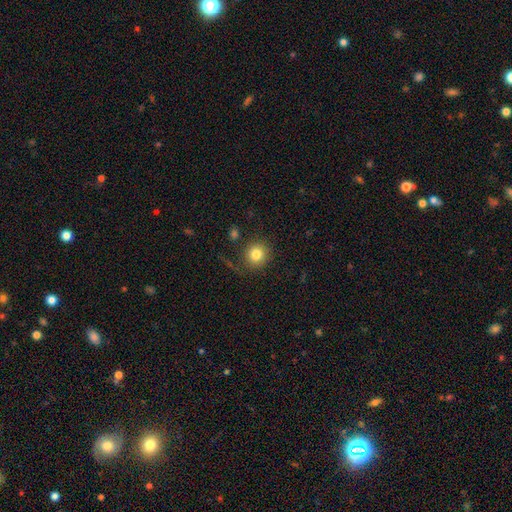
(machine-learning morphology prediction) type=smooth (82%); roundness=round (91%); merging=none (79%).